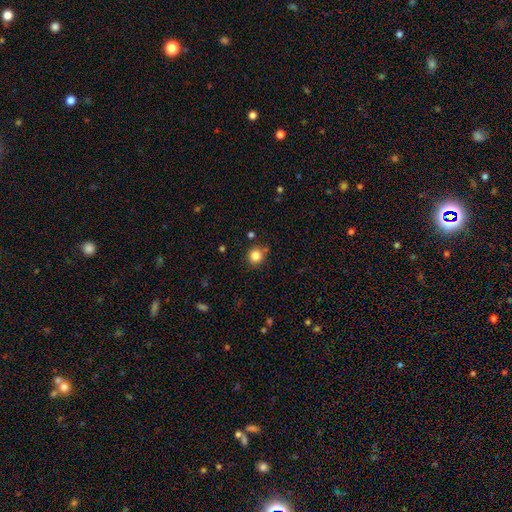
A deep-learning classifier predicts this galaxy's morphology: Smooth or featured: smooth — 84% (star or artifact — 11%)
How rounded: round — 91% (in between — 8%)
Merging: none — 80% (minor disturbance — 12%)